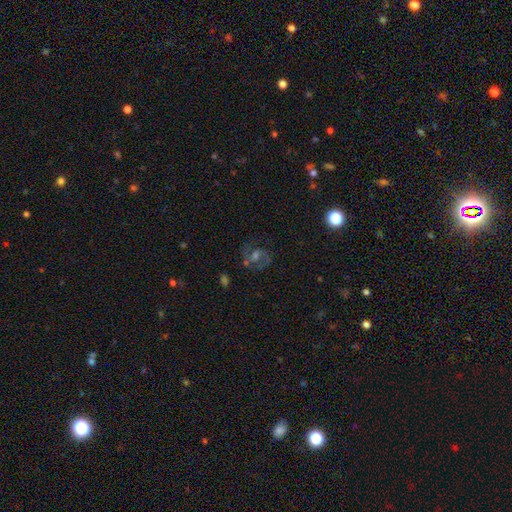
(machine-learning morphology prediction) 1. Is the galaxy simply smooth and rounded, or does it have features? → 64% featured or disk, 18% smooth, 17% star or artifact.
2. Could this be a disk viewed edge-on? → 97% no, 3% yes.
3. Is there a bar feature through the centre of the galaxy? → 47% weak, 37% no, 16% strong.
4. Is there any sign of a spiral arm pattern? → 83% yes, 17% no.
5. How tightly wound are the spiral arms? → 53% medium, 29% tight, 19% loose.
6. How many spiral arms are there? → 78% 2, 12% can't tell, 4% 1, 3% 3, 2% 4, 2% more than 4.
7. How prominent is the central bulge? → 49% moderate, 34% small, 8% large, 7% none, 2% dominant.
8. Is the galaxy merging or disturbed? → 73% none, 14% minor disturbance, 10% major disturbance, 4% merger.